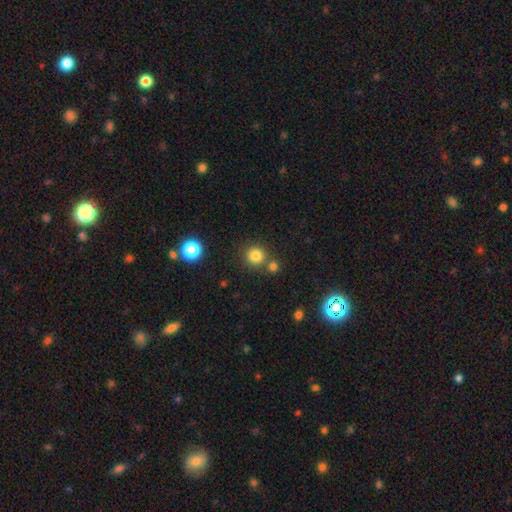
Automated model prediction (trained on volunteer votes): smooth 81%, star or artifact 14%, featured or disk 5%. Down the decision tree: how rounded — round (93%); merging — none (75%).